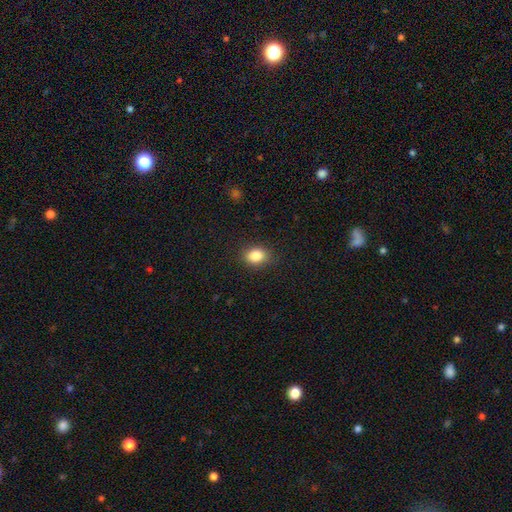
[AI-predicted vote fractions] Smooth or featured?
  - smooth: 85% *
  - star or artifact: 10%
  - featured or disk: 6%
How rounded?
  - in between: 58% *
  - round: 41%
  - cigar-shaped: 1%
Merging?
  - none: 87% *
  - minor disturbance: 9%
  - major disturbance: 3%
  - merger: 1%